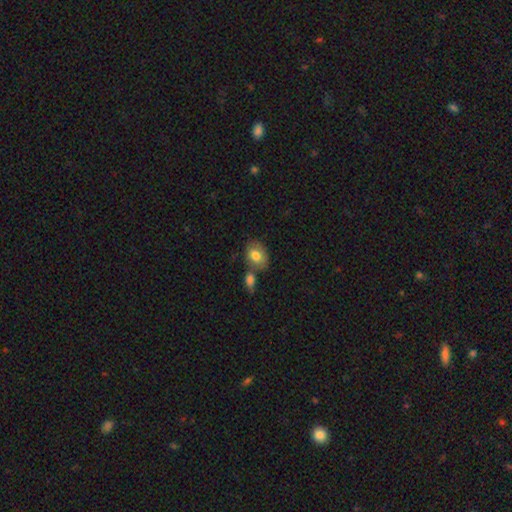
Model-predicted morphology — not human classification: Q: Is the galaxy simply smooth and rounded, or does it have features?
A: smooth — 78%.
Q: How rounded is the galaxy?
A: in between — 70%.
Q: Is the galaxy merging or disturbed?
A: none — 54%.